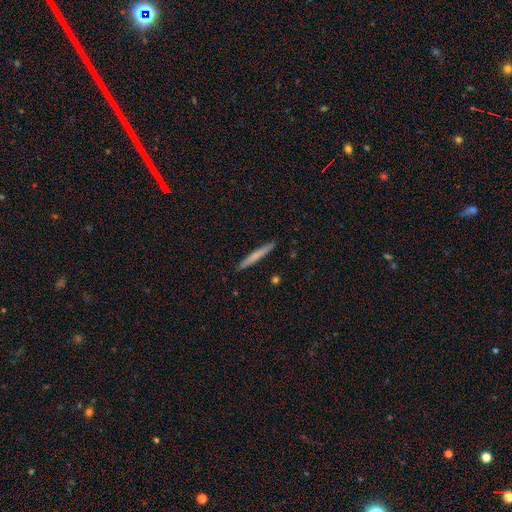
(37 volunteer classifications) smooth 78%, featured or disk 22%, star or artifact 0%. Down the decision tree: how rounded — cigar-shaped (100%); merging — none (92%).